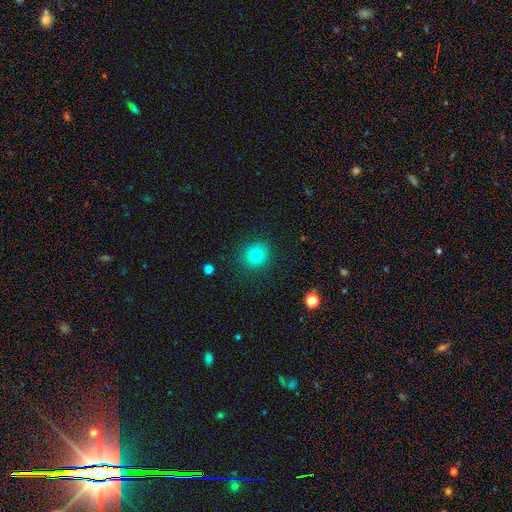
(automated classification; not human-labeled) Smooth or featured: smooth — 79% (star or artifact — 13%)
How rounded: round — 90% (in between — 9%)
Merging: none — 89% (minor disturbance — 7%)